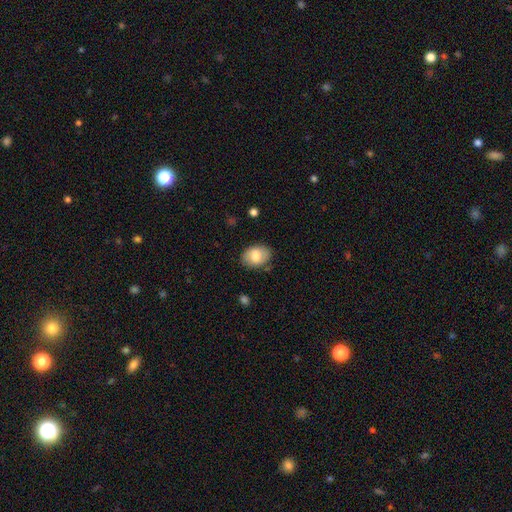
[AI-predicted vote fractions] Smooth or featured? smooth (79%)
How rounded? in between (75%)
Merging? none (81%)